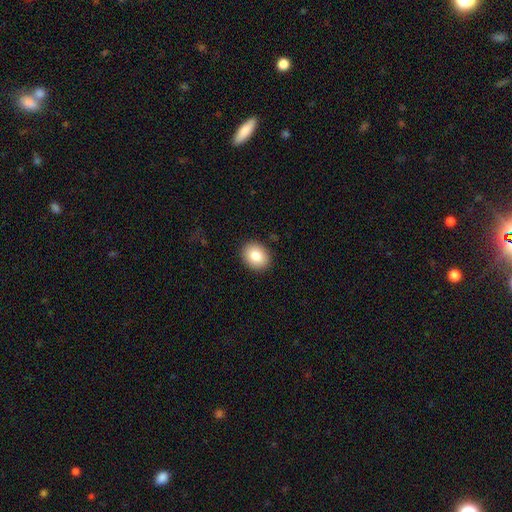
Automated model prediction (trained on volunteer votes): smooth-or-featured: smooth: 83% | featured or disk: 9% | star or artifact: 8%
  how-rounded: in between: 53% | round: 46% | cigar-shaped: 1%
  merging: none: 90% | minor disturbance: 7% | major disturbance: 2% | merger: 1%